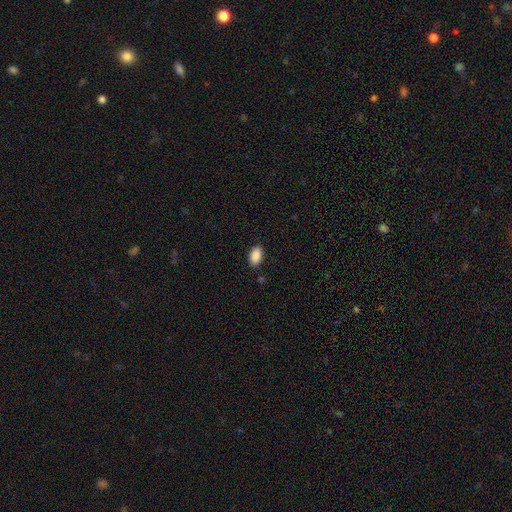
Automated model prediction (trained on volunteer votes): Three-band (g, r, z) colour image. It shows a smooth galaxy with no disk features (89%) that is in between round and cigar-shaped (93%). Merging: none (88%).